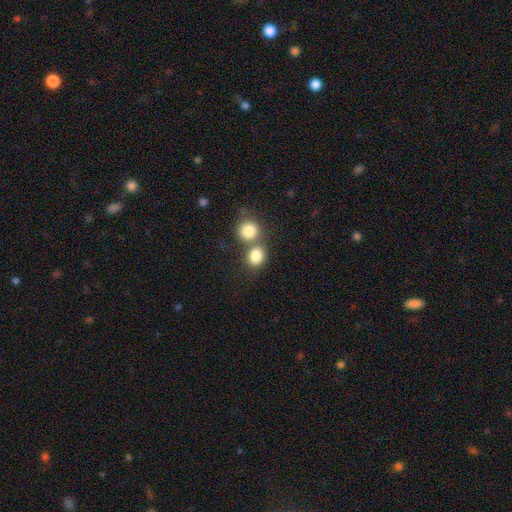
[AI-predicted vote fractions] Q: Smooth or featured?
A: smooth (82%); runner-up: star or artifact (10%)
Q: How rounded?
A: round (69%); runner-up: in between (30%)
Q: Merging?
A: merger (45%); runner-up: none (44%)